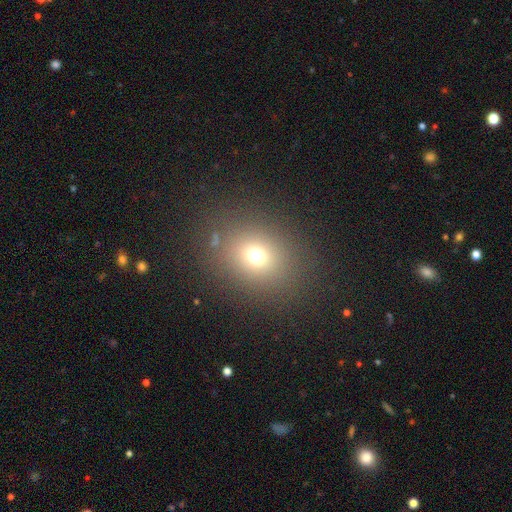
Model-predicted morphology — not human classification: Smooth or featured? smooth (69%)
How rounded? round (65%)
Merging? none (83%)